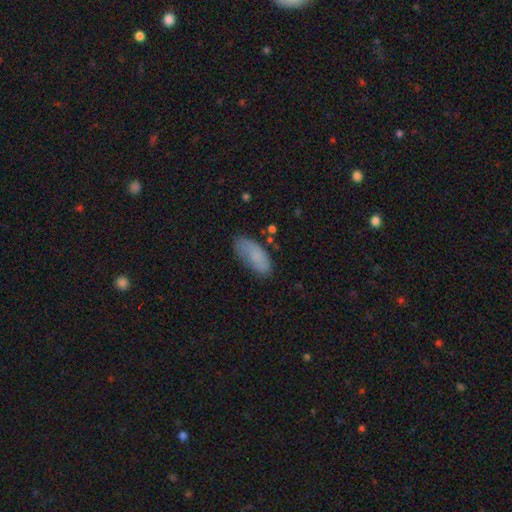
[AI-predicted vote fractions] smooth-or-featured: smooth: 78% | featured or disk: 14% | star or artifact: 7%
  how-rounded: in between: 85% | cigar-shaped: 13% | round: 2%
  merging: none: 70% | minor disturbance: 22% | major disturbance: 6% | merger: 3%